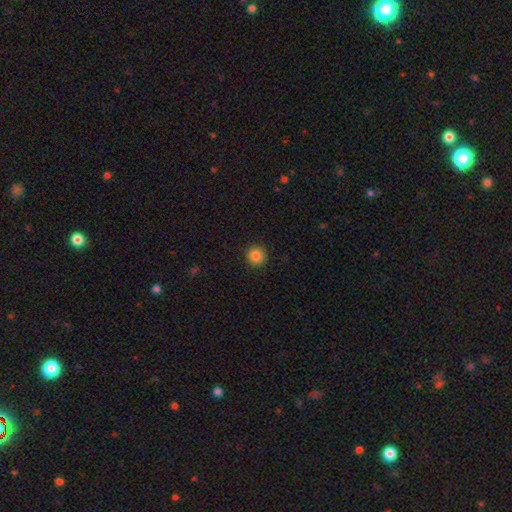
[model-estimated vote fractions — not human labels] Morphology: type=smooth (86%); roundness=round (94%); merging=none (92%).